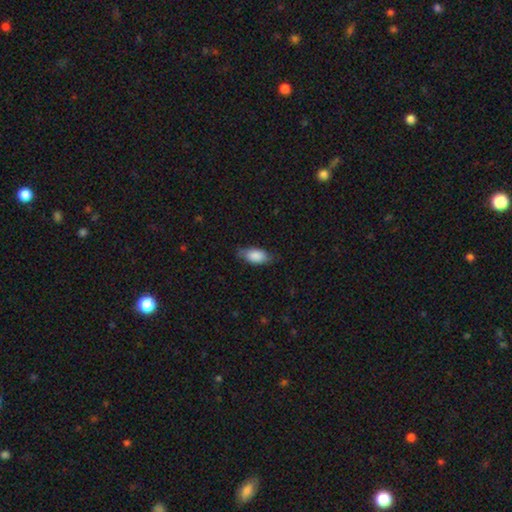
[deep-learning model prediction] smooth_or_featured: smooth (p=0.85) [alt: featured or disk p=0.09]
how_rounded: in between (p=0.91) [alt: cigar-shaped p=0.06]
merging: none (p=0.72) [alt: minor disturbance p=0.22]